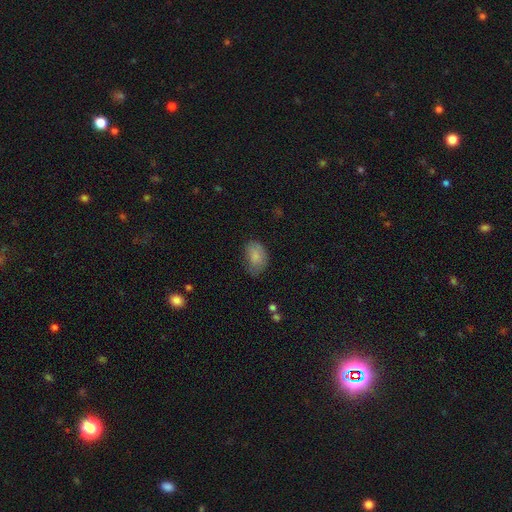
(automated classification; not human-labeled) smooth 80%, featured or disk 12%, star or artifact 8%. Down the decision tree: how rounded — in between (86%); merging — none (50%).